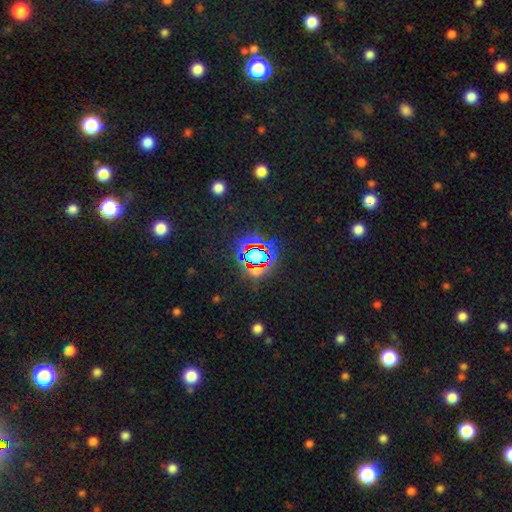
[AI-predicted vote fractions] This is likely a star or artifact rather than a galaxy (73%).